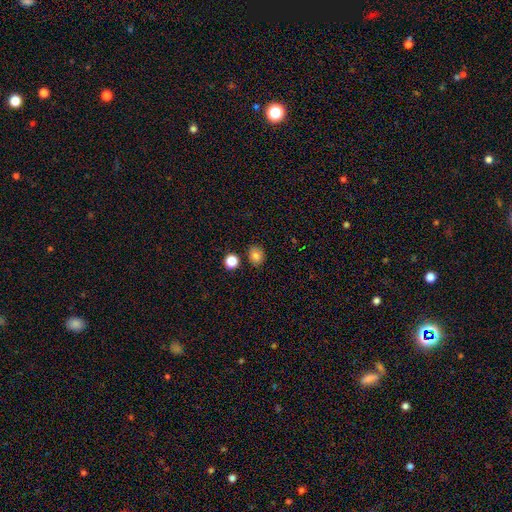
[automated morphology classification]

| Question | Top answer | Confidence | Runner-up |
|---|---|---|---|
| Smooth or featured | smooth | 82% | star or artifact (12%) |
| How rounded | round | 68% | in between (31%) |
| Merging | none | 81% | minor disturbance (10%) |